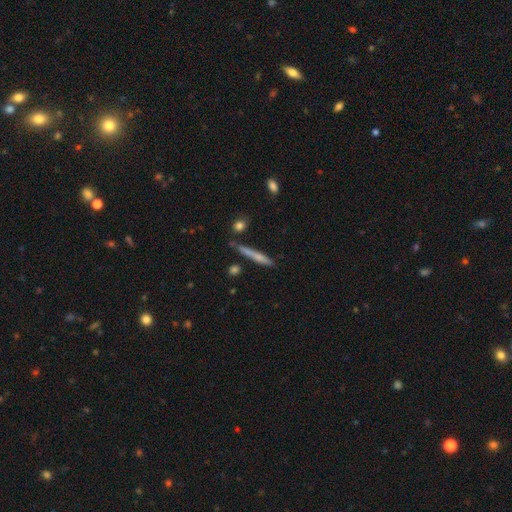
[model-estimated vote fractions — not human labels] smooth-or-featured: smooth: 55% | featured or disk: 37% | star or artifact: 8%
  how-rounded: cigar-shaped: 93% | in between: 5% | round: 2%
  merging: none: 76% | minor disturbance: 14% | merger: 6% | major disturbance: 3%